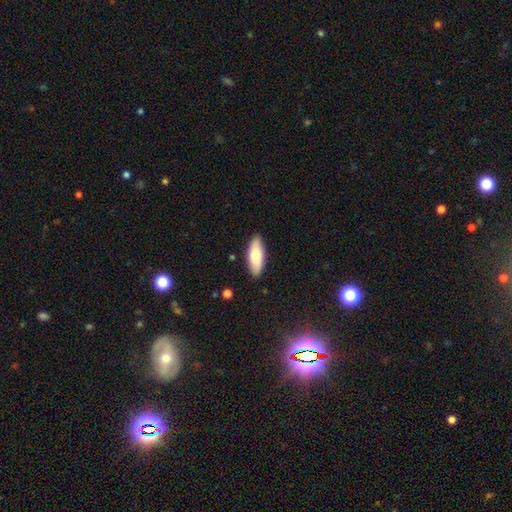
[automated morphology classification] Smooth or featured? Predicted: smooth (p=0.78). How rounded? Predicted: in between (p=0.75). Merging? Predicted: none (p=0.88).